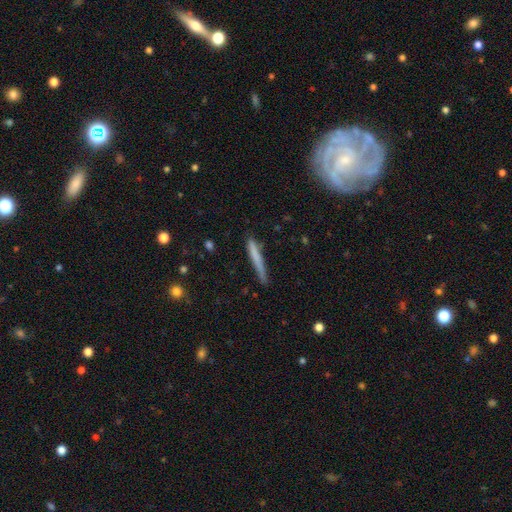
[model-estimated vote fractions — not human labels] Smooth or featured?
  - smooth: 69% *
  - featured or disk: 24%
  - star or artifact: 7%
How rounded?
  - cigar-shaped: 96% *
  - in between: 3%
  - round: 1%
Merging?
  - none: 75% *
  - minor disturbance: 19%
  - major disturbance: 4%
  - merger: 2%